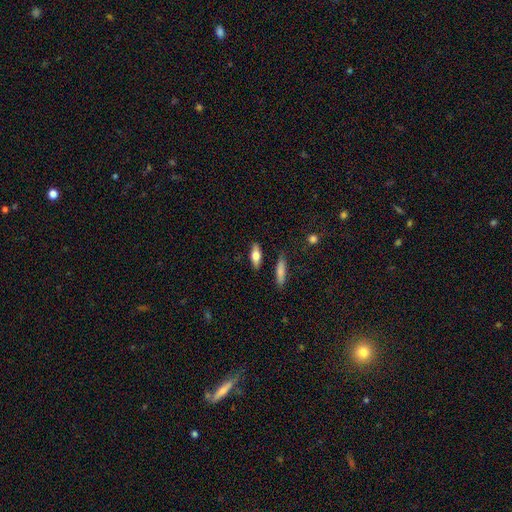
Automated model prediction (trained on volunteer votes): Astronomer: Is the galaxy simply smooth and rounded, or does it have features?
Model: smooth — 68%.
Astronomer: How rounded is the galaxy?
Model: in between — 64%.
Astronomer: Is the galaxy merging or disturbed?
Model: none — 85%.